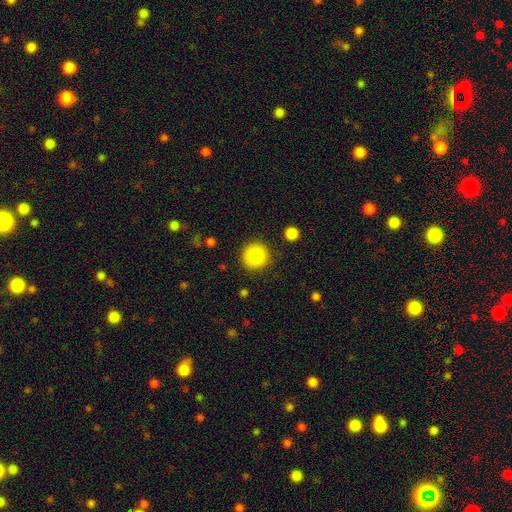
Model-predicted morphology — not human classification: This is clearly a smooth galaxy (88%). How rounded: clearly round (94%). Merging: clearly none (88%).